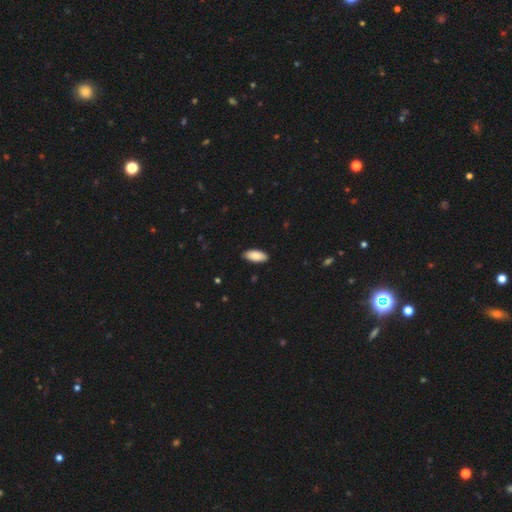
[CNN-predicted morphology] A smooth galaxy with no disk features (87%) that is in between round and cigar-shaped (88%). Merging: none (87%).